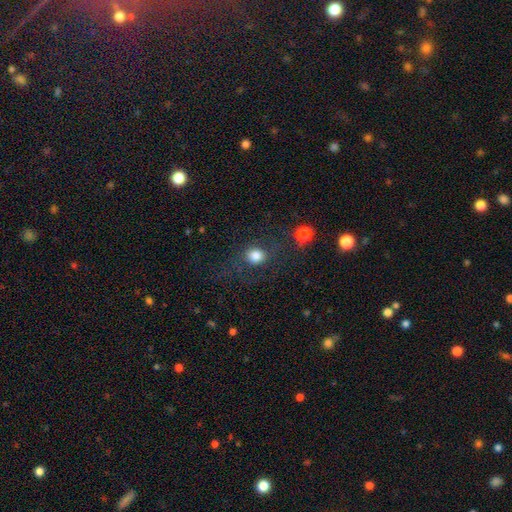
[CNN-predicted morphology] A smooth galaxy with no disk features (81%) that is round (75%). Merging: none (72%).